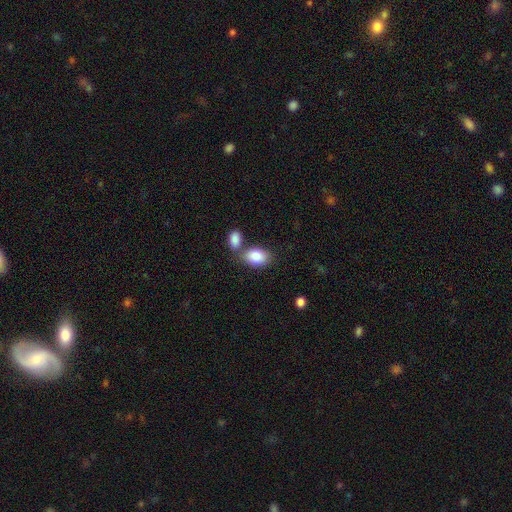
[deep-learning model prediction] Morphology: type=smooth (85%); roundness=in between (87%); merging=none (51%).